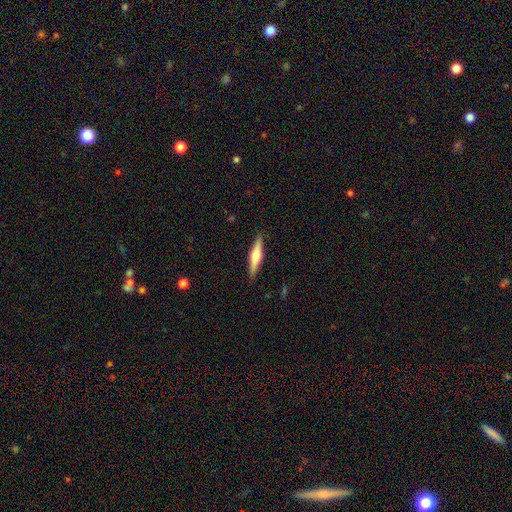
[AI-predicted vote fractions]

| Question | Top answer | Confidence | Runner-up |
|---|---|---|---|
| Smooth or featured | featured or disk | 59% | smooth (36%) |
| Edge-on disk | yes | 97% | no (3%) |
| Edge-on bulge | rounded | 90% | boxy (6%) |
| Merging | none | 90% | minor disturbance (8%) |